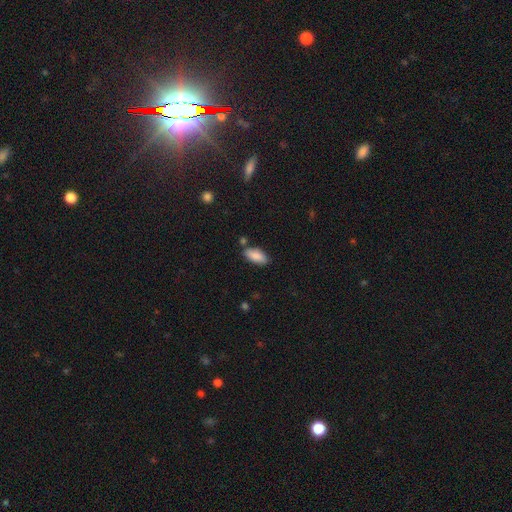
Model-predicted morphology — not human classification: smooth-or-featured: smooth: 87% | featured or disk: 7% | star or artifact: 7%
  how-rounded: in between: 86% | cigar-shaped: 12% | round: 2%
  merging: none: 78% | minor disturbance: 14% | merger: 6% | major disturbance: 3%